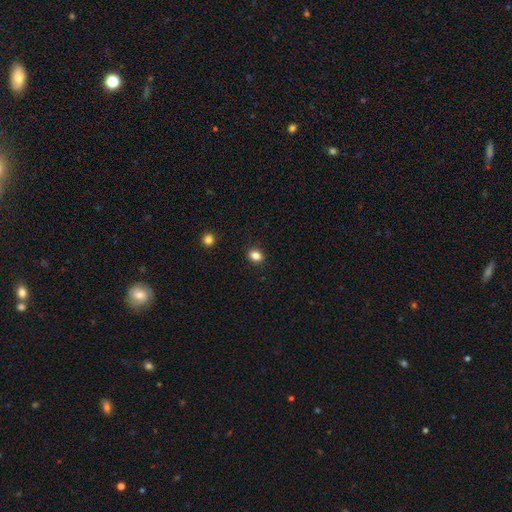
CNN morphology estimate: A smooth galaxy with no disk features (84%) that is in between round and cigar-shaped (54%). Merging: none (90%).